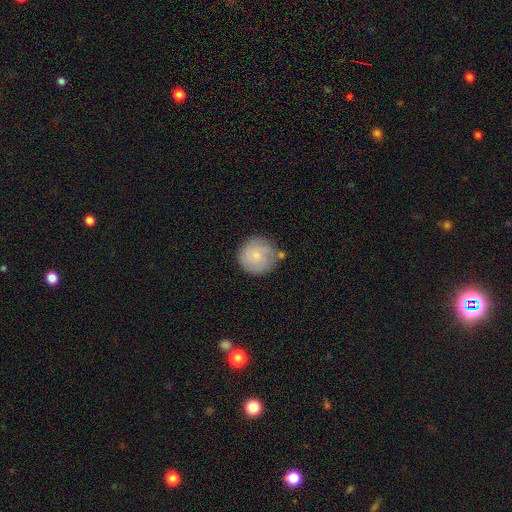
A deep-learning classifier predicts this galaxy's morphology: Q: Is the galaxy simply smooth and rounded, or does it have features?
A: smooth — 64%.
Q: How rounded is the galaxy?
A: round — 94%.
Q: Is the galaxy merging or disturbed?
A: none — 69%.